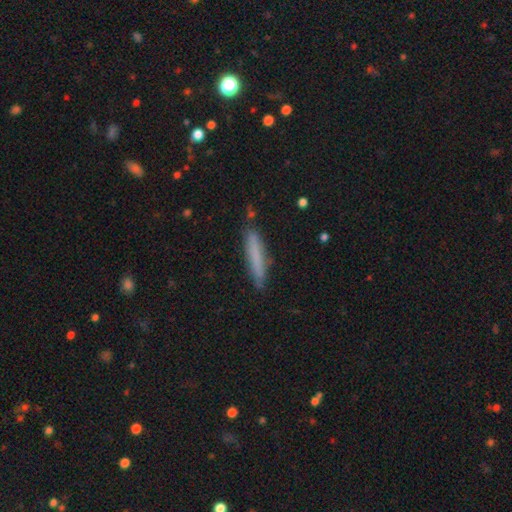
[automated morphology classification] This appears to be a smooth galaxy with no disk features (74%) that is cigar-shaped (93%). Merging: none (84%).